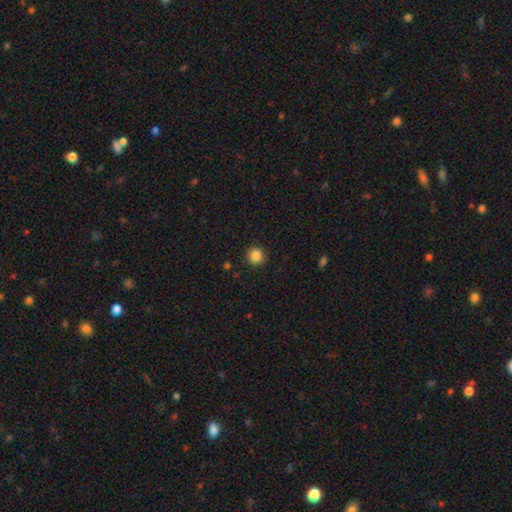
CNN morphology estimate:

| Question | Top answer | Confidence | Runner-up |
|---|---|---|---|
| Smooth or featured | smooth | 86% | star or artifact (10%) |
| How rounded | round | 94% | in between (5%) |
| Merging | none | 91% | minor disturbance (5%) |